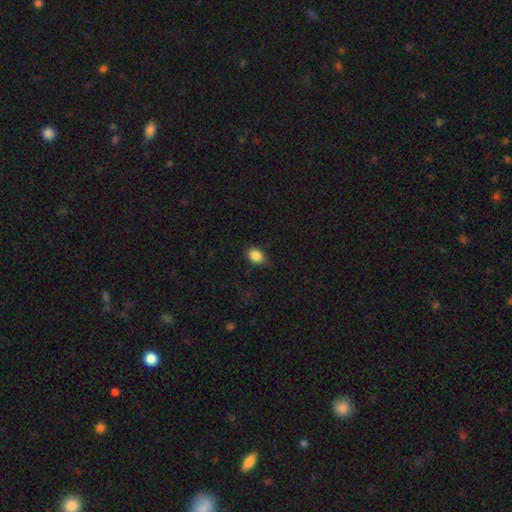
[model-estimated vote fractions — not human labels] Q: Smooth or featured?
A: smooth (86%); runner-up: star or artifact (9%)
Q: How rounded?
A: in between (61%); runner-up: round (38%)
Q: Merging?
A: none (78%); runner-up: minor disturbance (17%)